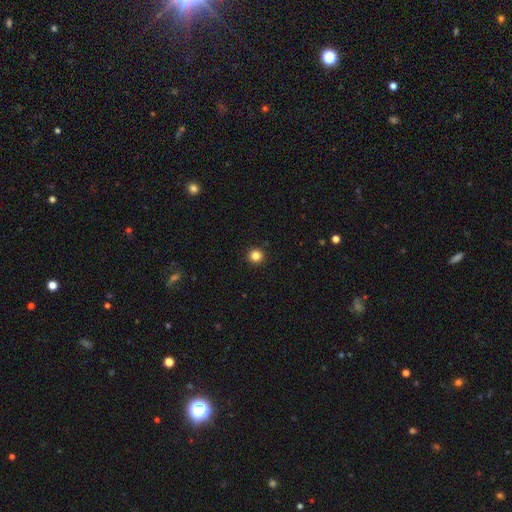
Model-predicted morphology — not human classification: This is clearly a smooth galaxy (84%). How rounded: clearly round (95%). Merging: clearly none (94%).